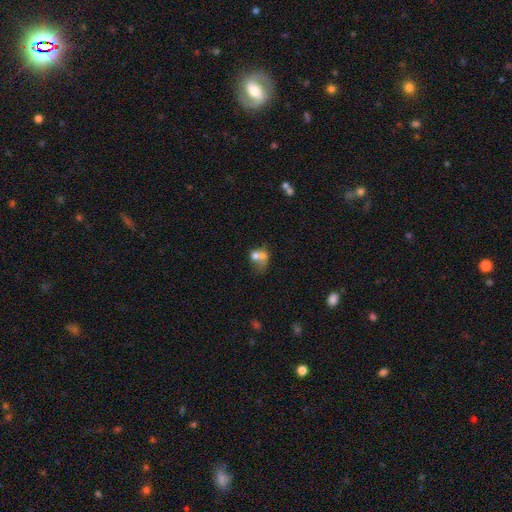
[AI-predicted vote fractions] This is likely a smooth galaxy (61%). How rounded: possibly in between (51%). Merging: likely merger (61%).